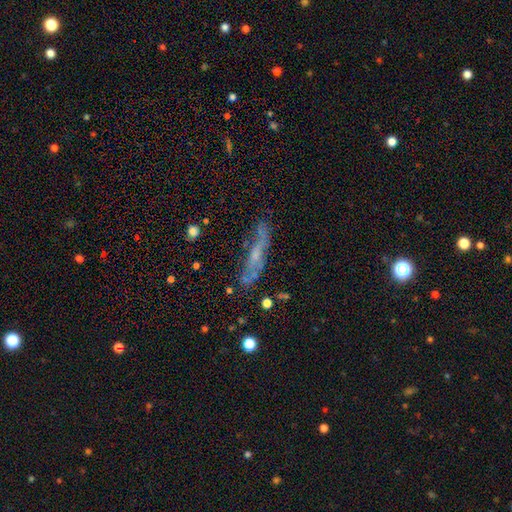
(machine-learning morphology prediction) The model was most divided on "edge-on disk": yes: 53%, no: 47%. More confident: merging — none (67%); smooth or featured — featured or disk (59%).